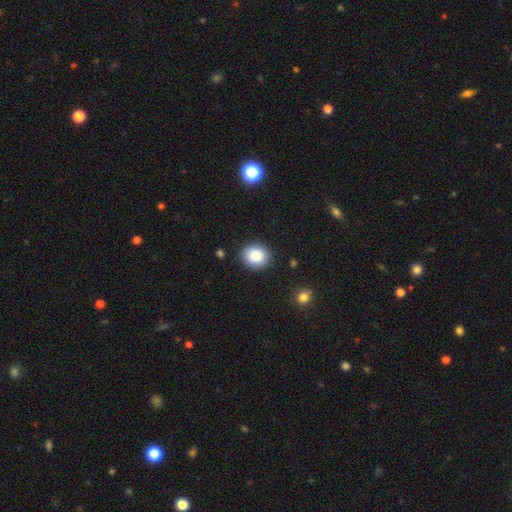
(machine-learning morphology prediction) Smooth or featured: smooth — 86% (star or artifact — 8%)
How rounded: round — 61% (in between — 38%)
Merging: none — 88% (minor disturbance — 9%)